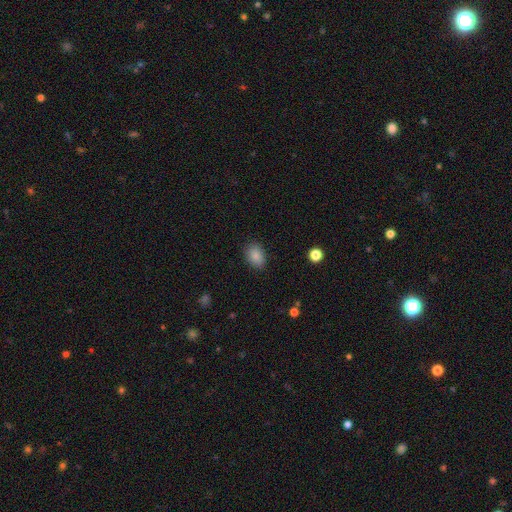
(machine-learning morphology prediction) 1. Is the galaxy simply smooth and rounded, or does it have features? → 86% smooth, 9% star or artifact, 5% featured or disk.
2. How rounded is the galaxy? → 77% in between, 22% round, 1% cigar-shaped.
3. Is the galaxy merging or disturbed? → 85% none, 11% minor disturbance, 3% major disturbance, 1% merger.